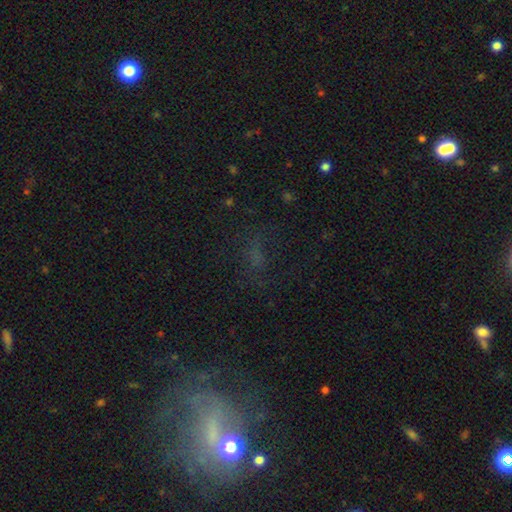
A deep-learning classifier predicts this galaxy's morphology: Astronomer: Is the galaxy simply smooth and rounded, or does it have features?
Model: star or artifact — 41% (runner-up: smooth, 33%).